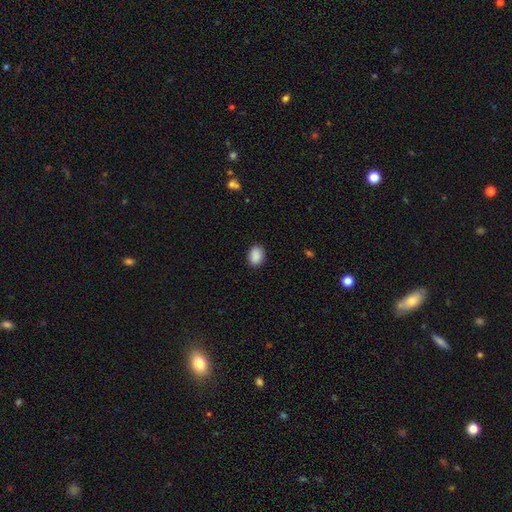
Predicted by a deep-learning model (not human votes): This is clearly a smooth galaxy (90%). How rounded: likely in between (67%). Merging: clearly none (89%).